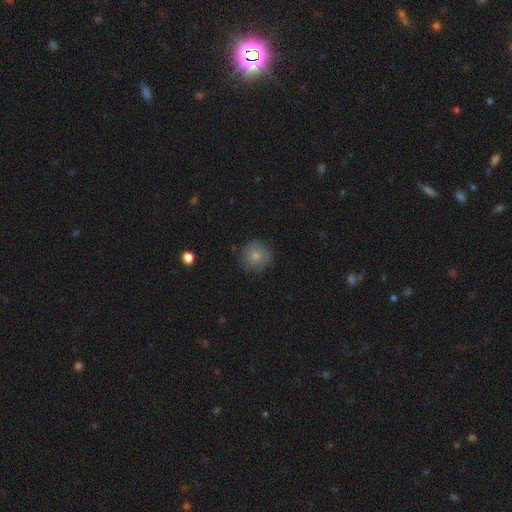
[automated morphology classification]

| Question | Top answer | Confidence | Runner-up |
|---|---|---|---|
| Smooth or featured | smooth | 80% | featured or disk (12%) |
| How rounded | round | 93% | in between (6%) |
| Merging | none | 83% | minor disturbance (13%) |